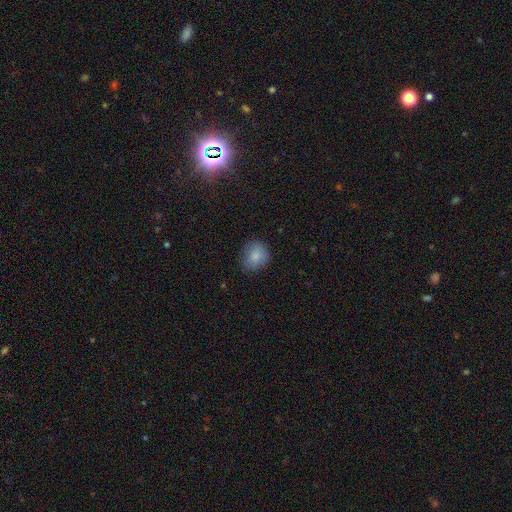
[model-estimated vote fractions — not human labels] Q: Smooth or featured?
A: smooth (84%); runner-up: star or artifact (8%)
Q: How rounded?
A: round (68%); runner-up: in between (31%)
Q: Merging?
A: none (78%); runner-up: minor disturbance (17%)